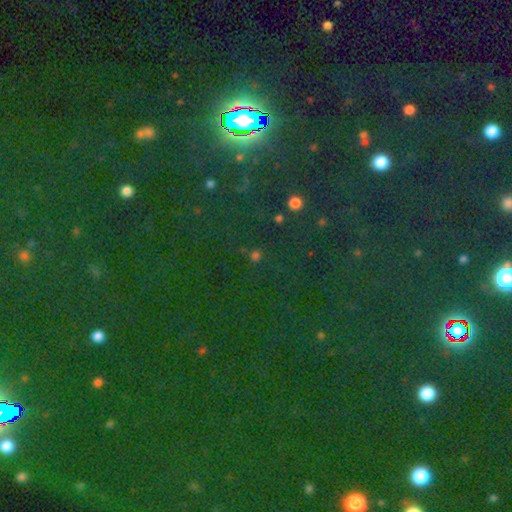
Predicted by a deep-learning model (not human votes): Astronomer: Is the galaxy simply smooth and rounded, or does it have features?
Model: star or artifact — 63%.